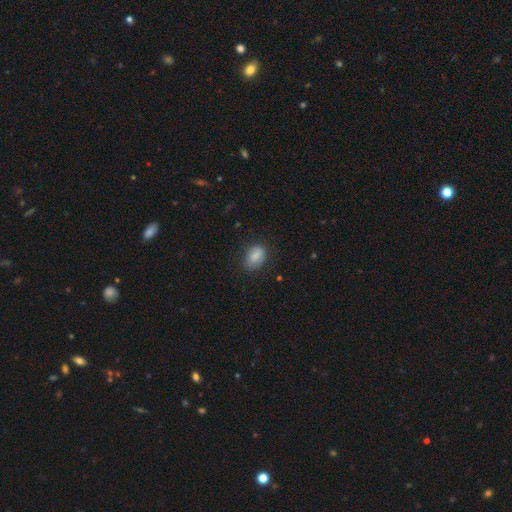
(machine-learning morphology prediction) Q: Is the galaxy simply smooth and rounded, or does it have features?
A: smooth — 85%.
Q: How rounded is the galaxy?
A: in between — 81%.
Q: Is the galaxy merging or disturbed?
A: none — 77%.